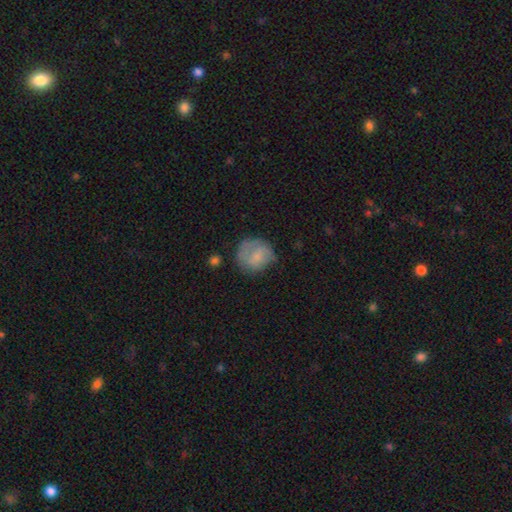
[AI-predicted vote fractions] smooth-or-featured: smooth: 62% | featured or disk: 30% | star or artifact: 8%
  how-rounded: round: 81% | in between: 18% | cigar-shaped: 1%
  merging: none: 56% | minor disturbance: 27% | major disturbance: 14% | merger: 2%